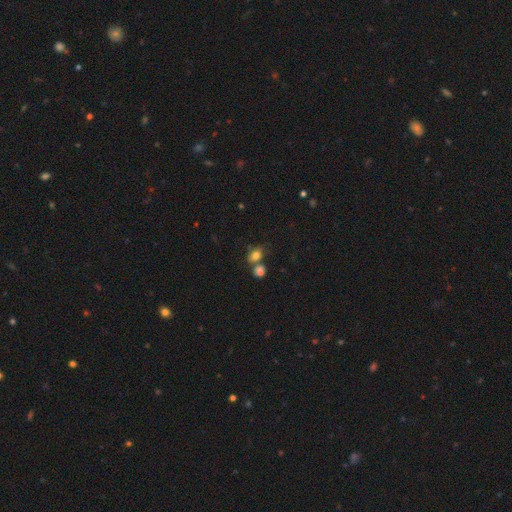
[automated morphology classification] Smooth or featured?
  - smooth: 74% *
  - star or artifact: 14%
  - featured or disk: 12%
How rounded?
  - in between: 58% *
  - round: 40%
  - cigar-shaped: 2%
Merging?
  - none: 44% *
  - merger: 35%
  - minor disturbance: 15%
  - major disturbance: 7%